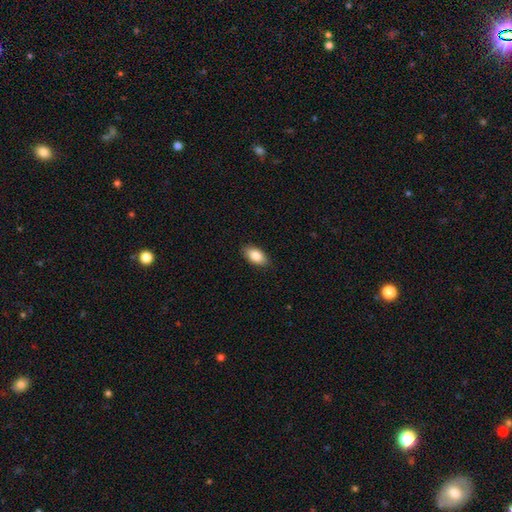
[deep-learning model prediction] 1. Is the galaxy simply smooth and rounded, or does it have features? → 85% smooth, 8% featured or disk, 7% star or artifact.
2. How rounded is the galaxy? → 93% in between, 4% round, 3% cigar-shaped.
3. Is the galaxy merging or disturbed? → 87% none, 10% minor disturbance, 2% major disturbance, 1% merger.